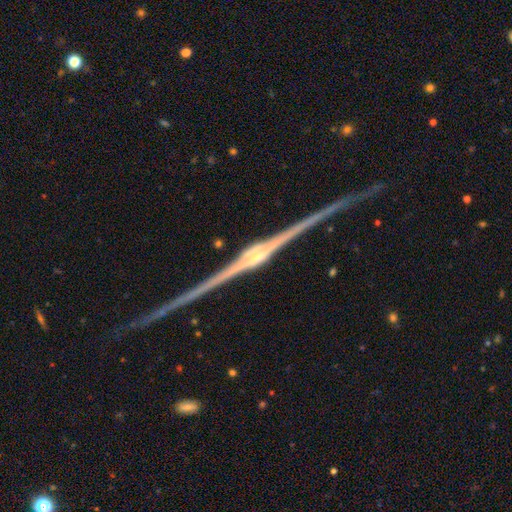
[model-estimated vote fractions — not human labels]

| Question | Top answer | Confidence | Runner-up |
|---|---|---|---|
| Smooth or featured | featured or disk | 92% | star or artifact (5%) |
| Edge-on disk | yes | 99% | no (1%) |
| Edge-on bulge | rounded | 84% | boxy (9%) |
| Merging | none | 90% | minor disturbance (7%) |